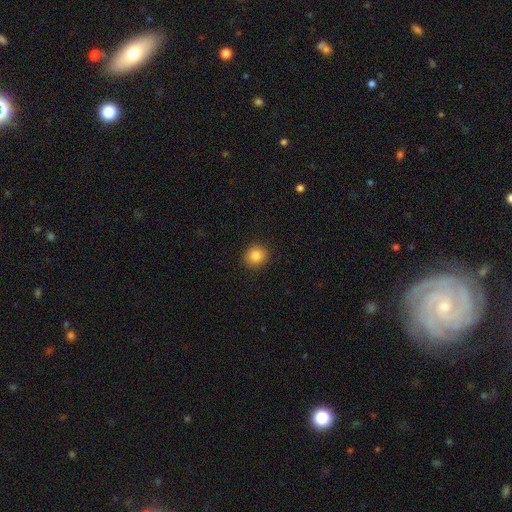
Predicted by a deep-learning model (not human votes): This is clearly a smooth galaxy (83%). How rounded: clearly round (85%). Merging: clearly none (91%).